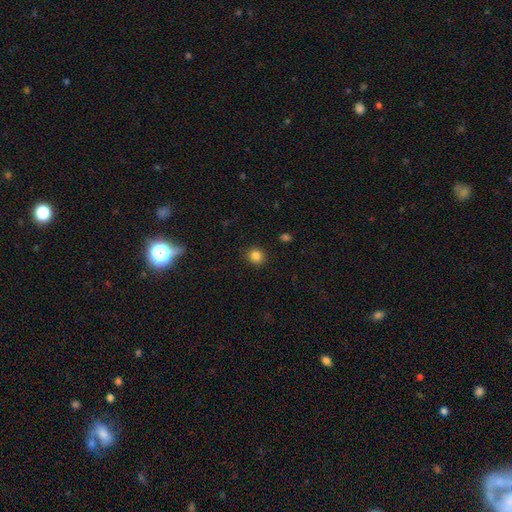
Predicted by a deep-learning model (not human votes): smooth-or-featured: smooth: 84% | star or artifact: 12% | featured or disk: 5%
  how-rounded: round: 84% | in between: 15% | cigar-shaped: 1%
  merging: none: 91% | minor disturbance: 6% | major disturbance: 2% | merger: 1%